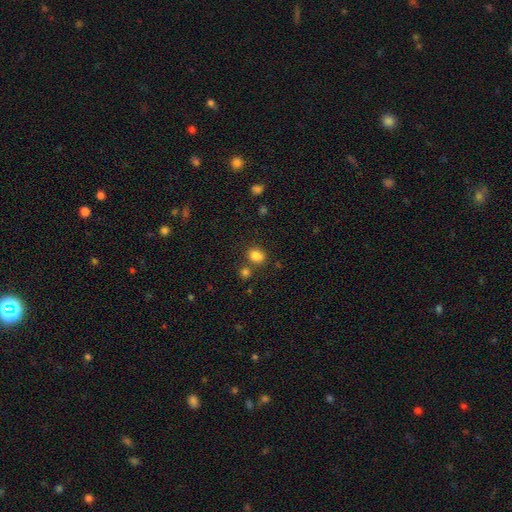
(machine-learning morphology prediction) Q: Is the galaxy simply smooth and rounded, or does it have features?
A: smooth — 81%.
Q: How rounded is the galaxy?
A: in between — 51%.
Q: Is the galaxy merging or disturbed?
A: none — 61%.